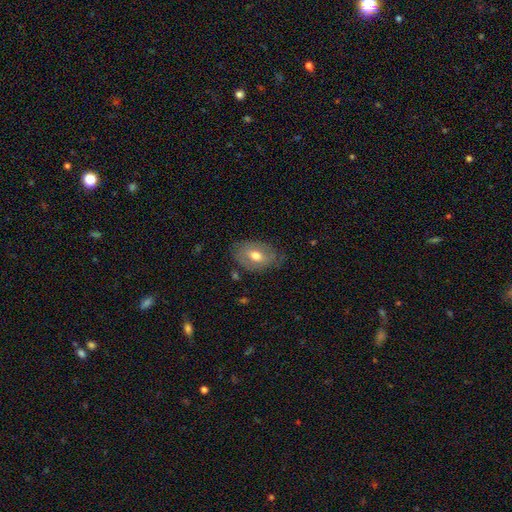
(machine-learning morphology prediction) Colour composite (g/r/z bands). It shows a smooth galaxy with no disk features (58%) that is in between round and cigar-shaped (85%). Merging: none (72%).